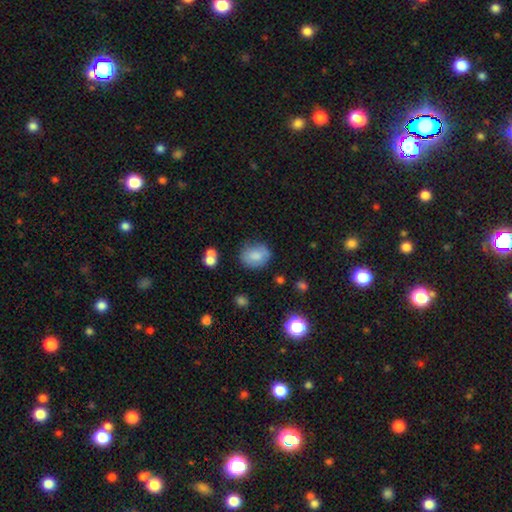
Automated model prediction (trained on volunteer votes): Overall: smooth (79%). How rounded: round (53%; in between 46%). Merging: none (71%).